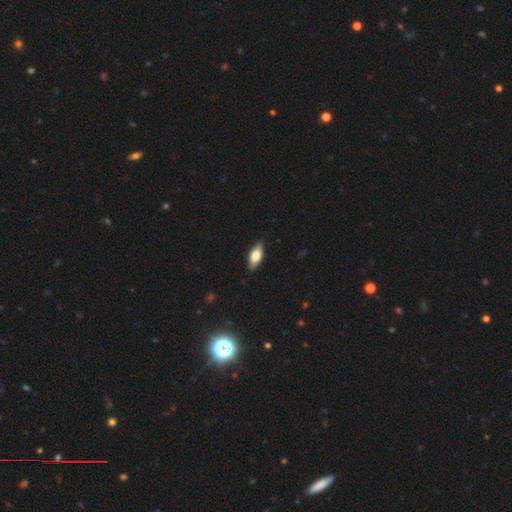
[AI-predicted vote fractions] Q: Smooth or featured?
A: smooth (65%); runner-up: featured or disk (29%)
Q: How rounded?
A: in between (80%); runner-up: cigar-shaped (16%)
Q: Merging?
A: none (85%); runner-up: minor disturbance (12%)